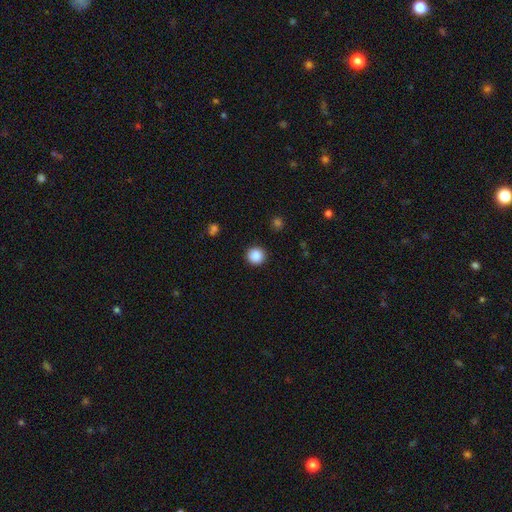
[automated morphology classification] Overall: smooth (88%). How rounded: round (94%). Merging: none (92%).